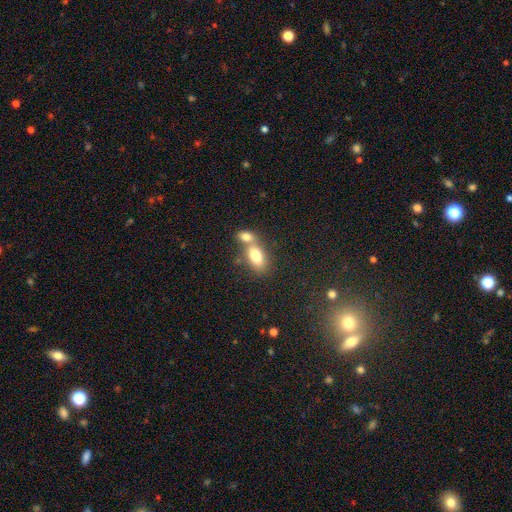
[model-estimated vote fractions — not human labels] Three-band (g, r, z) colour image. It shows a smooth galaxy with no disk features (78%) that is in between round and cigar-shaped (88%). Merging: merger (54%).